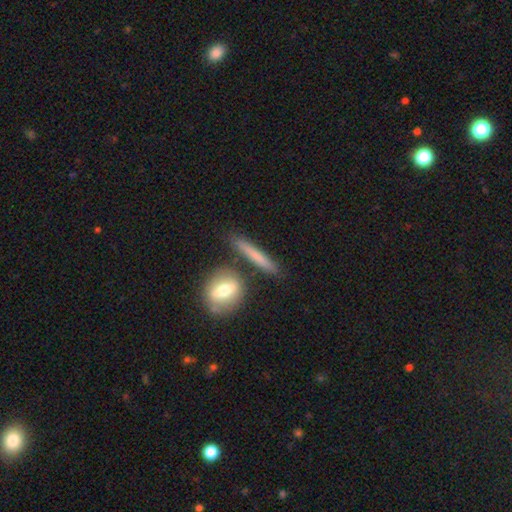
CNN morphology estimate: Smooth or featured: smooth — 64% (featured or disk — 29%)
How rounded: cigar-shaped — 84% (in between — 9%)
Merging: none — 78% (minor disturbance — 11%)